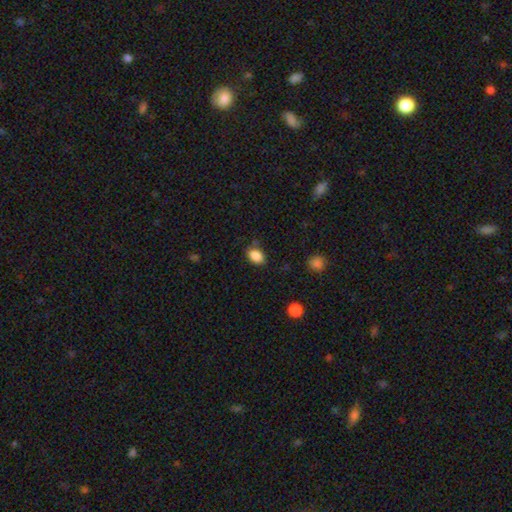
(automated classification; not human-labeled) smooth-or-featured: smooth: 87% | star or artifact: 9% | featured or disk: 4%
  how-rounded: in between: 80% | round: 19% | cigar-shaped: 1%
  merging: none: 75% | minor disturbance: 18% | major disturbance: 4% | merger: 3%